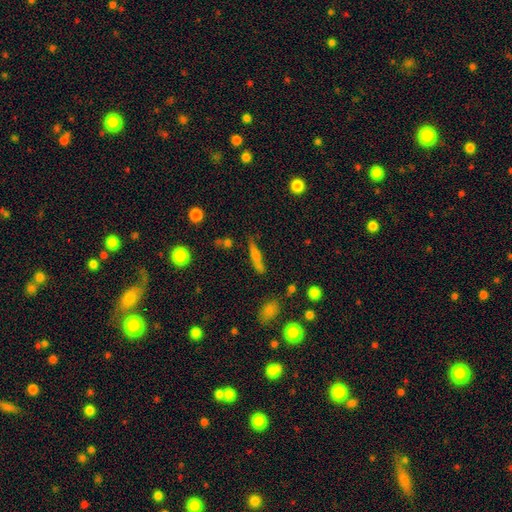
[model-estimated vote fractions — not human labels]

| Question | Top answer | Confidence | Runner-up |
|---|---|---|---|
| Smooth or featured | smooth | 54% | featured or disk (35%) |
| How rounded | cigar-shaped | 77% | in between (18%) |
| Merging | none | 69% | minor disturbance (17%) |